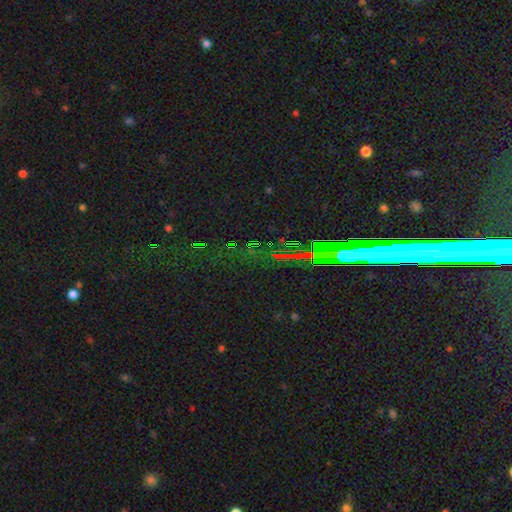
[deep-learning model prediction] Overall: star or artifact (71%).